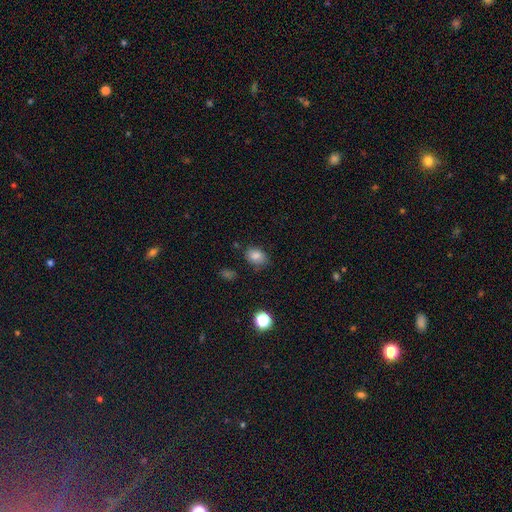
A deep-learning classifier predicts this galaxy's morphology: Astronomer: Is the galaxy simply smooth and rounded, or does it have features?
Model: smooth — 81%.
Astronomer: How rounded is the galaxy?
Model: in between — 66%.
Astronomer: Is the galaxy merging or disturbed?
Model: none — 74%.